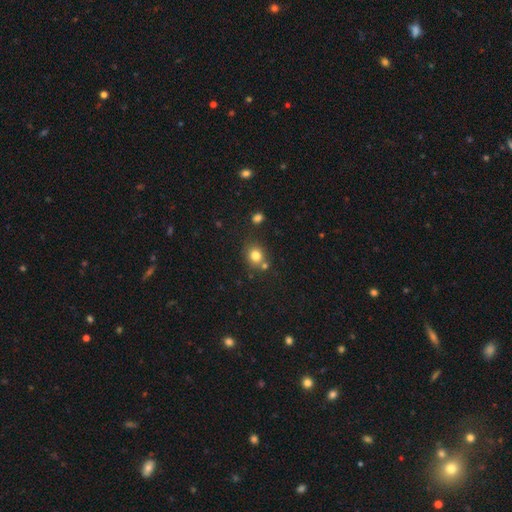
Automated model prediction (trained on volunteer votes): Smooth or featured? smooth (80%)
How rounded? round (77%)
Merging? none (68%)